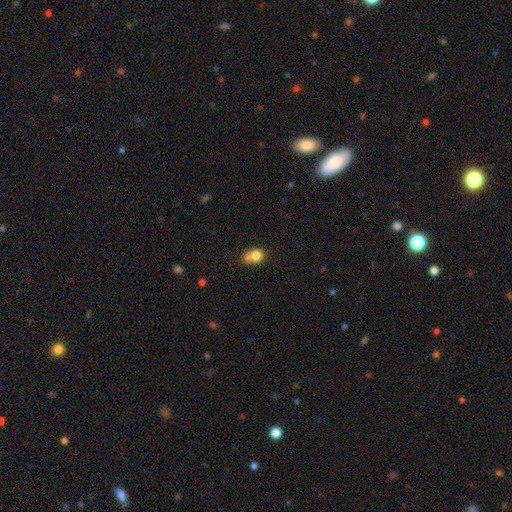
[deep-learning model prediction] smooth 77%, featured or disk 13%, star or artifact 11%. Down the decision tree: how rounded — round (55%); merging — none (38%).